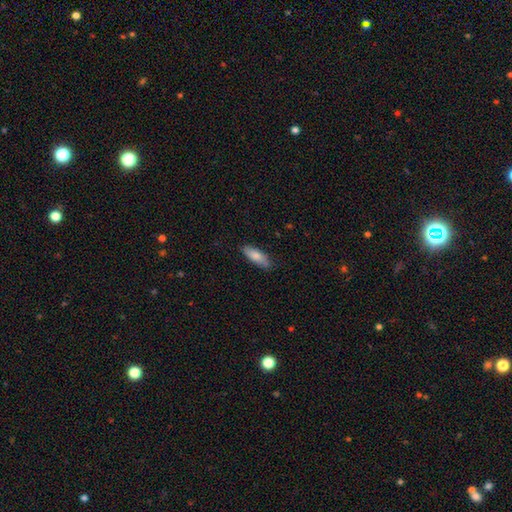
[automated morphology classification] The model was most divided on "how rounded": in between: 66%, cigar-shaped: 32%, round: 2%. More confident: merging — none (83%); smooth or featured — smooth (82%).